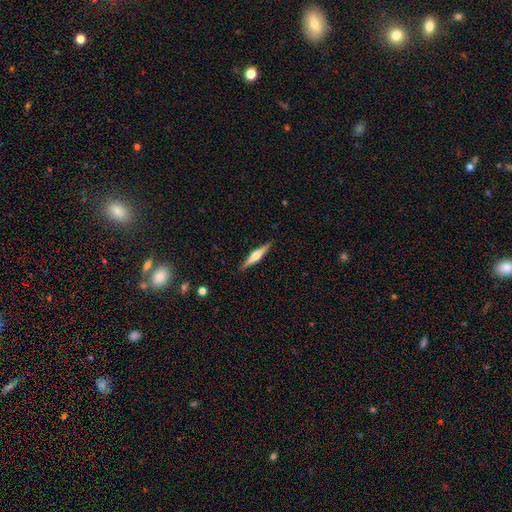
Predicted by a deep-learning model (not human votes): This is likely a featured or disk galaxy (69%). It is clearly viewed edge-on (97%). Edge-on bulge: clearly rounded (92%). Merging: clearly none (90%).